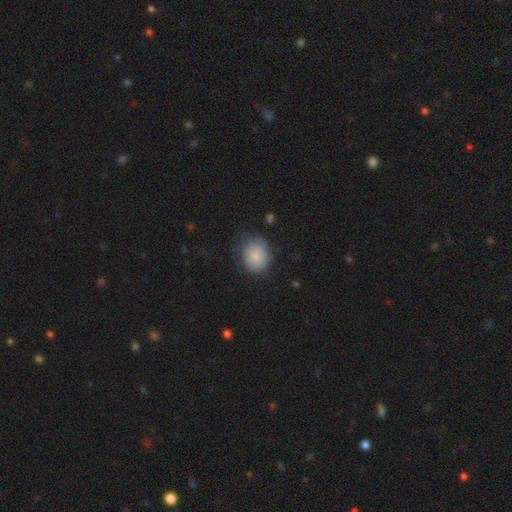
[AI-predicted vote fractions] Smooth or featured? Predicted: smooth (p=0.81). How rounded? Predicted: round (p=0.67). Merging? Predicted: none (p=0.65).